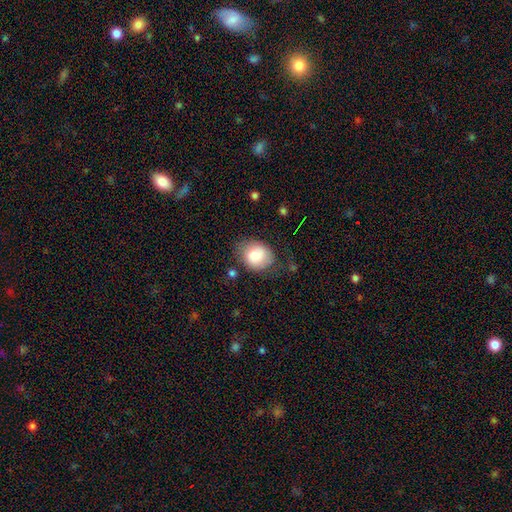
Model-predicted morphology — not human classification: The model was most divided on "how rounded": in between: 51%, round: 48%, cigar-shaped: 1%. More confident: smooth or featured — smooth (79%); merging — none (67%).